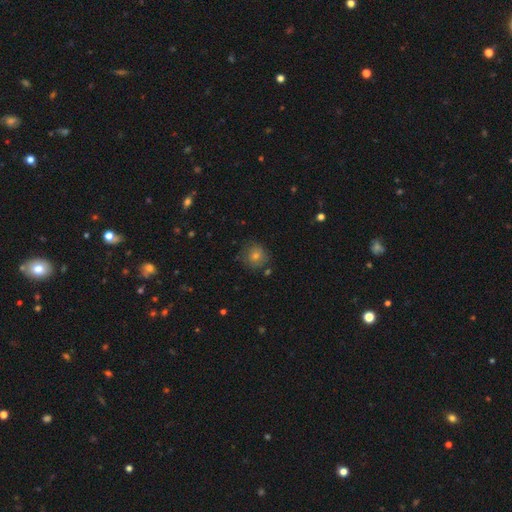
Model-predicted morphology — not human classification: Smooth or featured?
  - smooth: 63% *
  - star or artifact: 20%
  - featured or disk: 16%
How rounded?
  - round: 90% *
  - in between: 9%
  - cigar-shaped: 1%
Merging?
  - none: 81% *
  - minor disturbance: 12%
  - major disturbance: 4%
  - merger: 3%